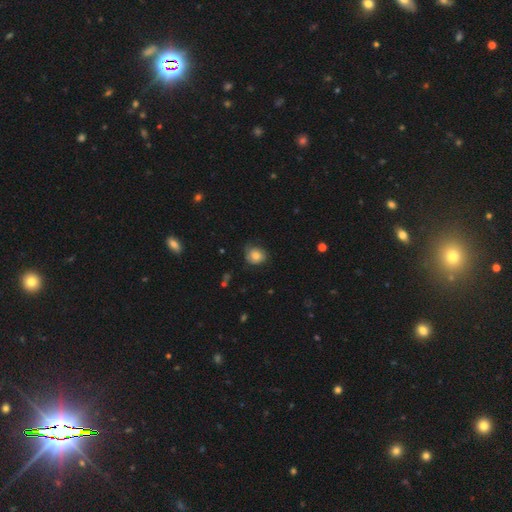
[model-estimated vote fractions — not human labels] smooth 72%, featured or disk 19%, star or artifact 9%. Down the decision tree: how rounded — round (74%); merging — none (65%).